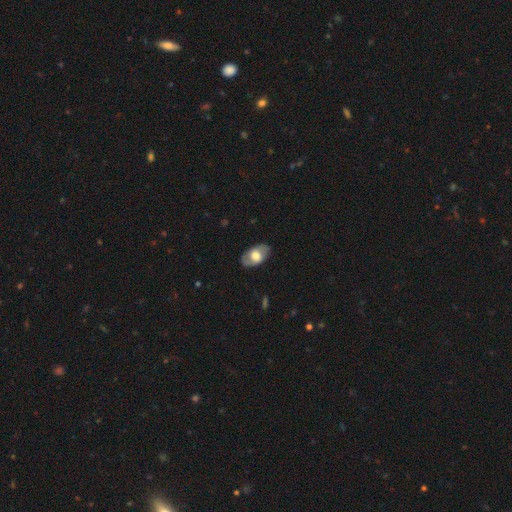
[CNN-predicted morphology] smooth 56%, featured or disk 38%, star or artifact 6%. Down the decision tree: how rounded — in between (91%); merging — none (80%).